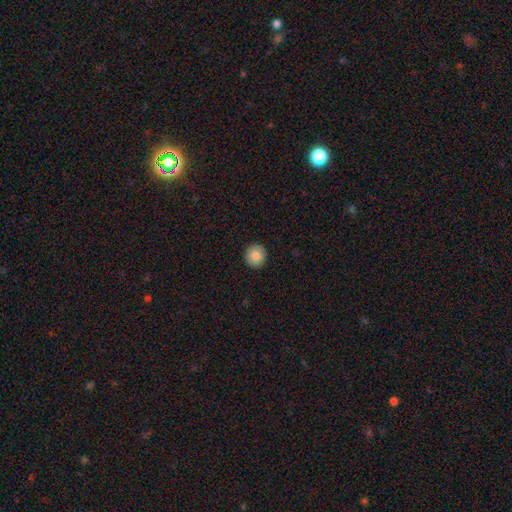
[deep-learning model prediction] Smooth or featured? smooth (83%)
How rounded? round (93%)
Merging? none (93%)